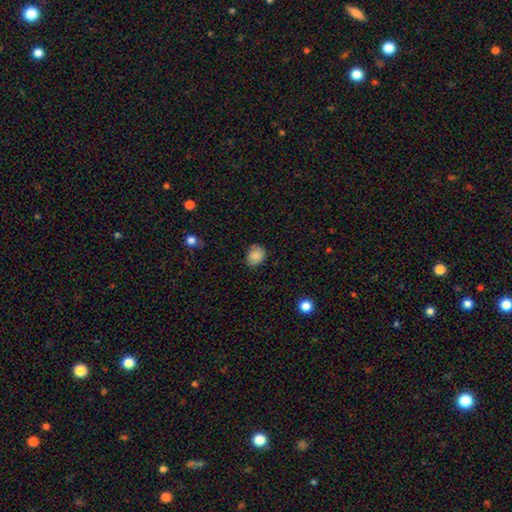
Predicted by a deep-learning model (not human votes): Morphology: type=smooth (86%); roundness=round (67%); merging=none (78%).